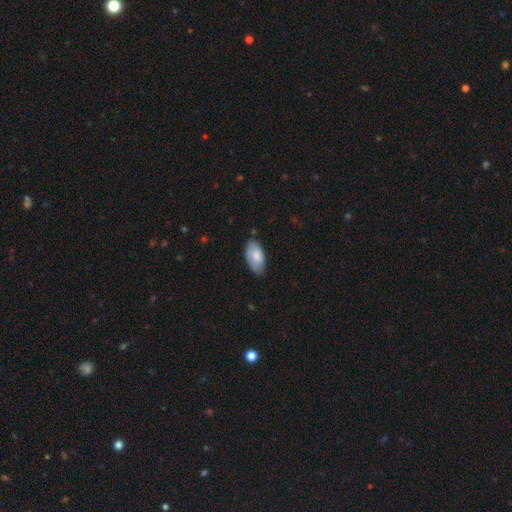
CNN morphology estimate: Q: Smooth or featured?
A: smooth (75%); runner-up: featured or disk (19%)
Q: How rounded?
A: in between (95%); runner-up: round (3%)
Q: Merging?
A: none (70%); runner-up: minor disturbance (25%)